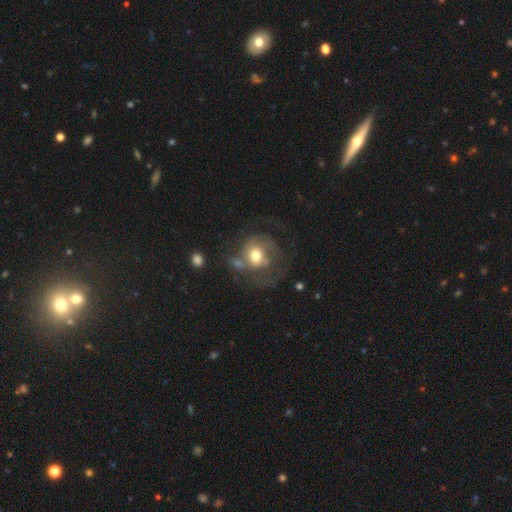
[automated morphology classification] Smooth or featured? Predicted: featured or disk (p=0.50). Merging? Predicted: major disturbance (p=0.36).